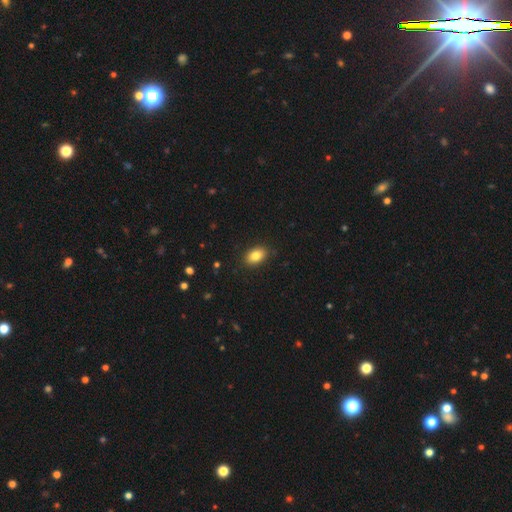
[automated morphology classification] Smooth or featured: smooth — 84% (star or artifact — 9%)
How rounded: in between — 85% (round — 13%)
Merging: none — 88% (minor disturbance — 9%)